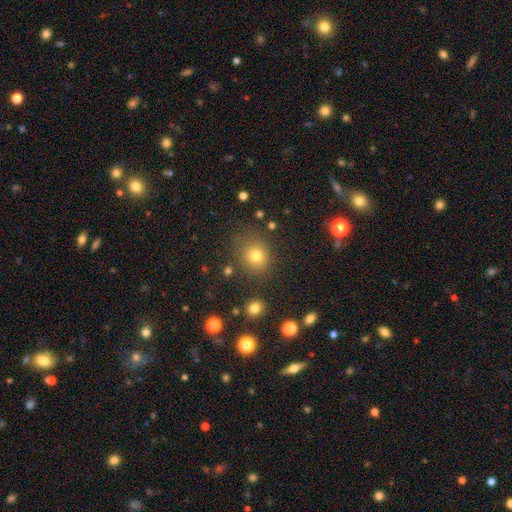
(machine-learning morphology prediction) type=smooth (76%); roundness=round (81%); merging=none (79%).